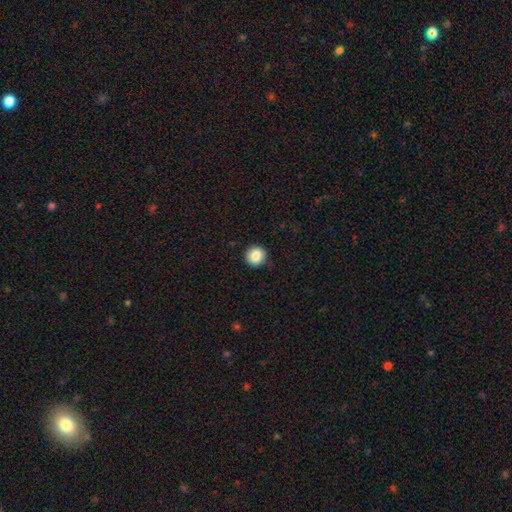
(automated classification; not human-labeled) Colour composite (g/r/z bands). It shows a smooth galaxy with no disk features (87%) that is round (94%). Merging: none (91%).